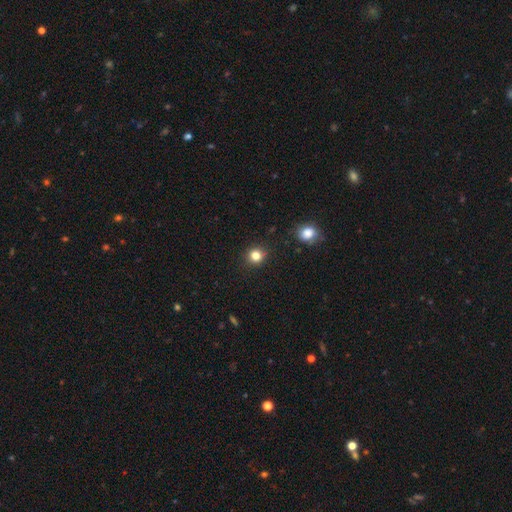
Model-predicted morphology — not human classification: Smooth or featured? Predicted: smooth (p=0.82). How rounded? Predicted: round (p=0.88). Merging? Predicted: none (p=0.89).